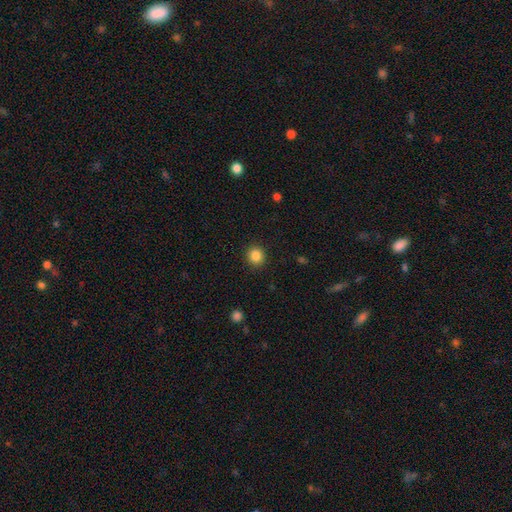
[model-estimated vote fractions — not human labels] Smooth or featured? smooth (86%)
How rounded? round (88%)
Merging? none (91%)